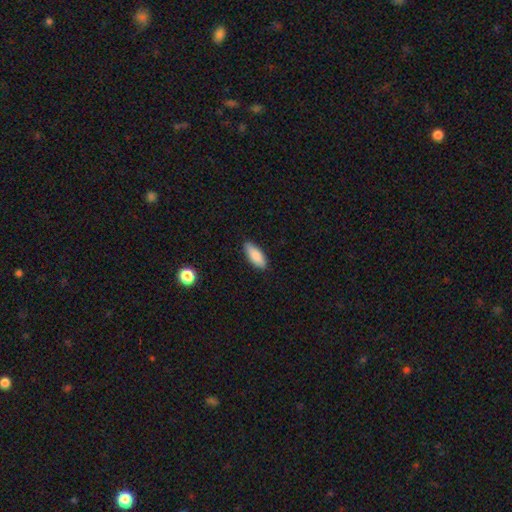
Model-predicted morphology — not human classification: This appears to be a smooth galaxy with no disk features (87%) that is in between round and cigar-shaped (77%). Merging: none (87%).